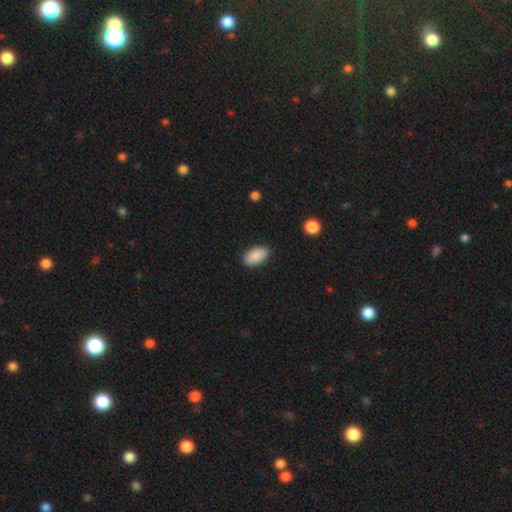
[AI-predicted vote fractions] Smooth or featured?
  - smooth: 88% *
  - star or artifact: 6%
  - featured or disk: 6%
How rounded?
  - in between: 94% *
  - round: 4%
  - cigar-shaped: 2%
Merging?
  - none: 87% *
  - minor disturbance: 10%
  - major disturbance: 2%
  - merger: 1%